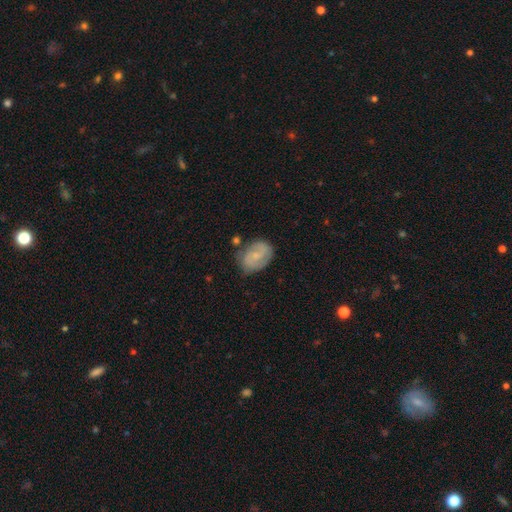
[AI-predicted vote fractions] The model was most divided on "bar": no: 48%, weak: 43%, strong: 9%. More confident: edge-on disk — no (97%); spiral arms — yes (82%); merging — none (70%); bulge size — small (61%); smooth or featured — featured or disk (53%).